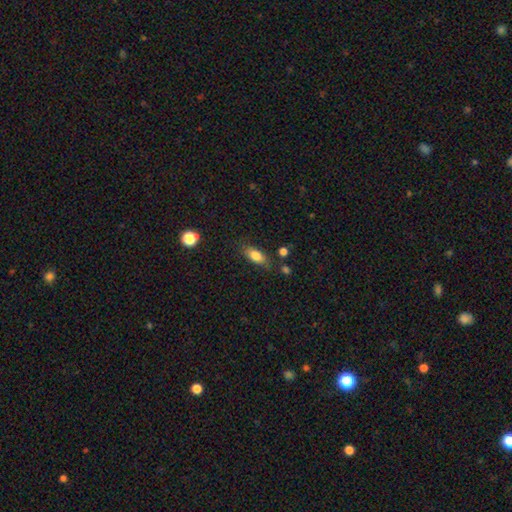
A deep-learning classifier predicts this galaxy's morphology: Q: Smooth or featured?
A: smooth (80%); runner-up: featured or disk (11%)
Q: How rounded?
A: in between (82%); runner-up: cigar-shaped (14%)
Q: Merging?
A: none (74%); runner-up: minor disturbance (17%)